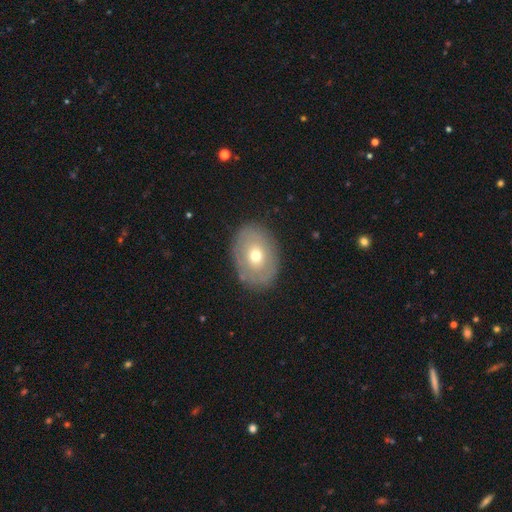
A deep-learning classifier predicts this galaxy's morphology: type=smooth (53%); roundness=in between (71%); merging=none (82%).